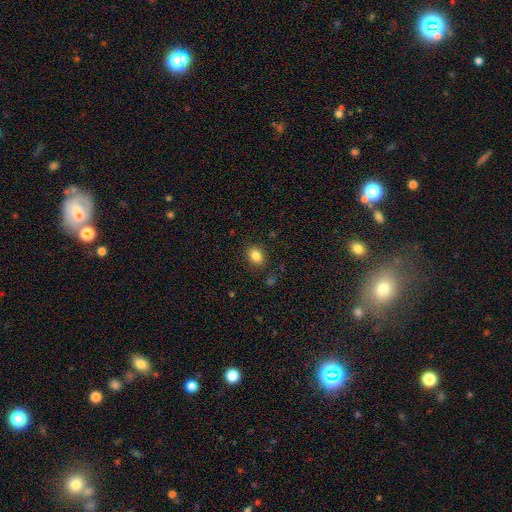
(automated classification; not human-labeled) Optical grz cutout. It shows a smooth galaxy with no disk features (84%) that is in between round and cigar-shaped (56%). Merging: none (86%).